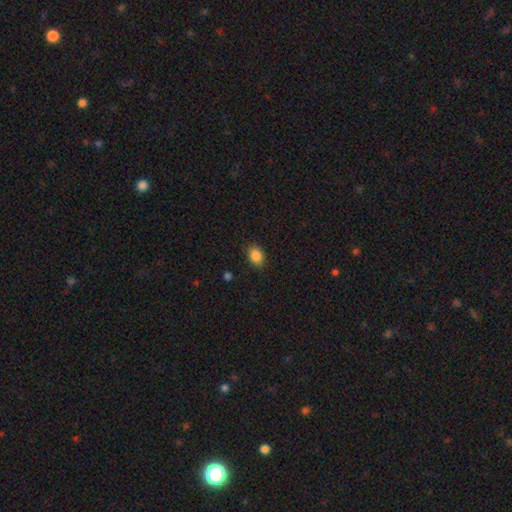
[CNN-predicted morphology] Smooth or featured: smooth — 87% (star or artifact — 9%)
How rounded: in between — 72% (round — 27%)
Merging: none — 84% (minor disturbance — 13%)